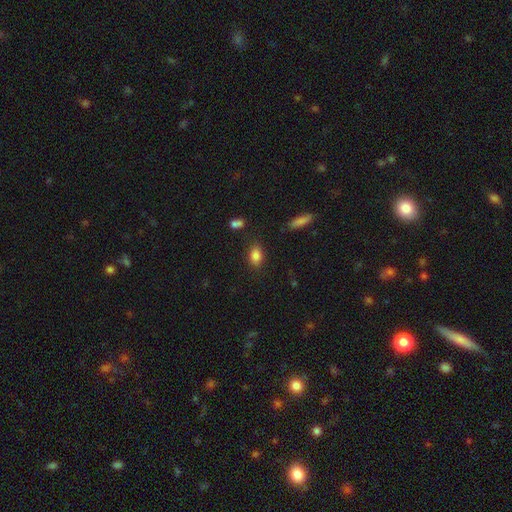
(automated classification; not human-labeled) Q: Smooth or featured?
A: smooth (84%); runner-up: star or artifact (9%)
Q: How rounded?
A: in between (81%); runner-up: round (17%)
Q: Merging?
A: none (84%); runner-up: minor disturbance (11%)